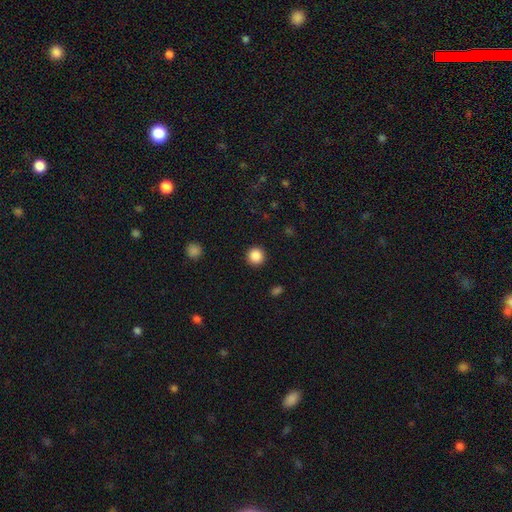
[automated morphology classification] This appears to be a smooth galaxy with no disk features (87%) that is round (95%). Merging: none (93%).